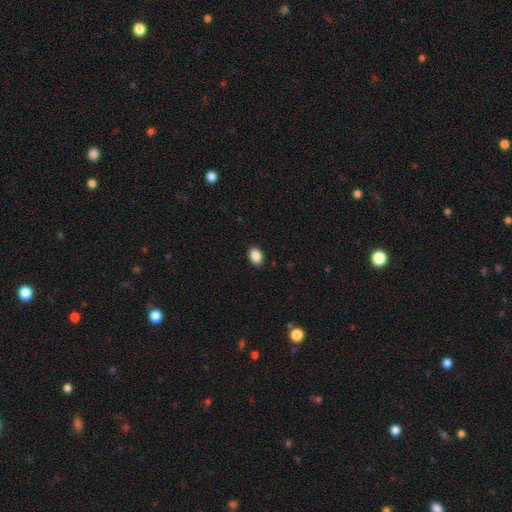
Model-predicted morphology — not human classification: Smooth or featured? smooth (88%)
How rounded? in between (73%)
Merging? none (90%)